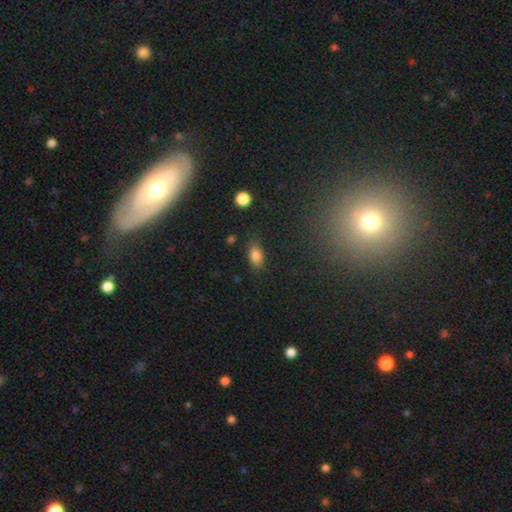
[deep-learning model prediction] A smooth galaxy with no disk features (83%) that is in between round and cigar-shaped (88%).

Vote fractions:
- Smooth or featured? smooth: 83% / star or artifact: 10% / featured or disk: 7%
- How rounded? in between: 88% / round: 8% / cigar-shaped: 4%
- Merging? none: 79% / minor disturbance: 15% / major disturbance: 4% / merger: 2%